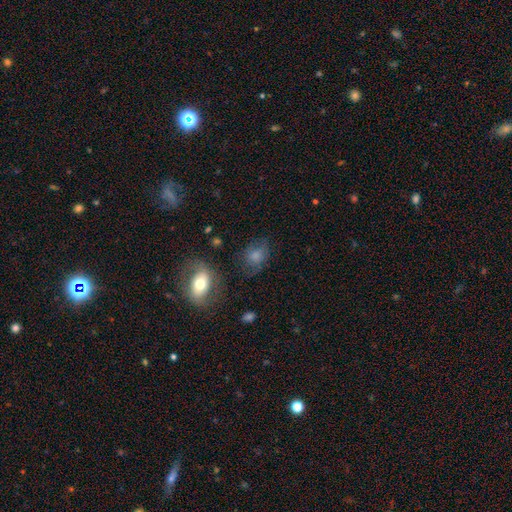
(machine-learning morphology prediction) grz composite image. It shows a smooth galaxy with no disk features (74%) that is in between round and cigar-shaped (59%). Merging: none (62%).